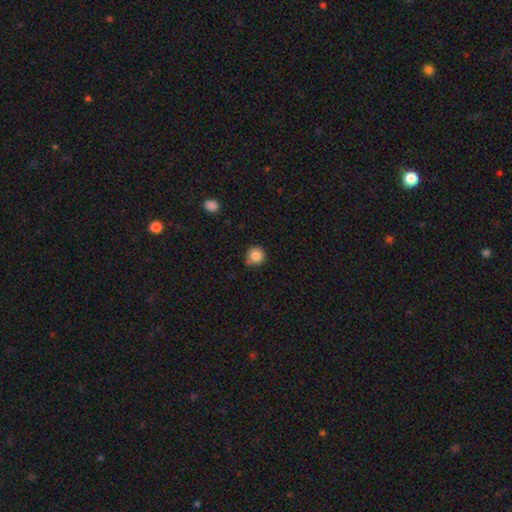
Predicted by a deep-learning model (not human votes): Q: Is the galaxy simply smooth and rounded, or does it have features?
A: smooth — 84%.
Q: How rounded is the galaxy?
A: round — 93%.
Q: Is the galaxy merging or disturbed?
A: none — 76%.